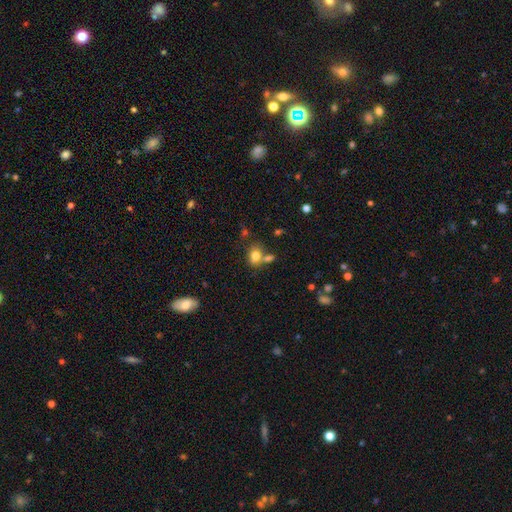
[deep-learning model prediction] A smooth galaxy with no disk features (78%) that is in between round and cigar-shaped (66%). Merging: none (52%).